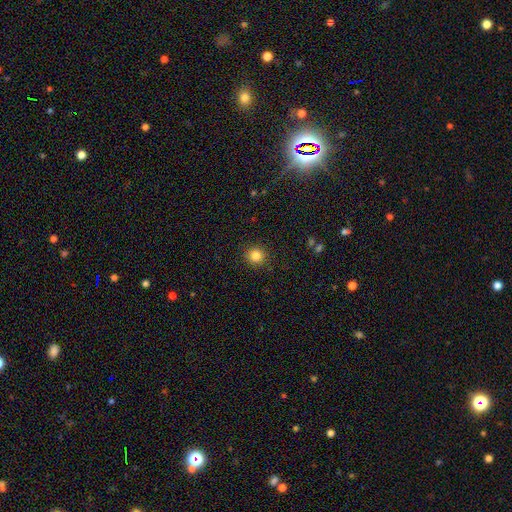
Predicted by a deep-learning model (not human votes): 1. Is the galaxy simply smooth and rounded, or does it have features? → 83% smooth, 12% star or artifact, 5% featured or disk.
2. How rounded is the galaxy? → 91% round, 8% in between, 1% cigar-shaped.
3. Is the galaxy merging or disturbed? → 91% none, 6% minor disturbance, 2% major disturbance, 1% merger.